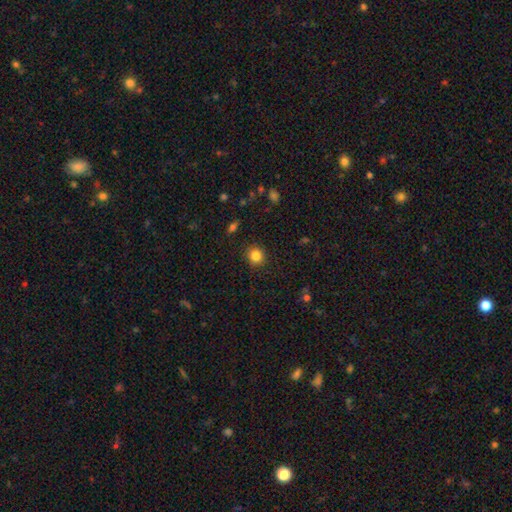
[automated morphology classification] type=smooth (85%); roundness=round (89%); merging=none (90%).